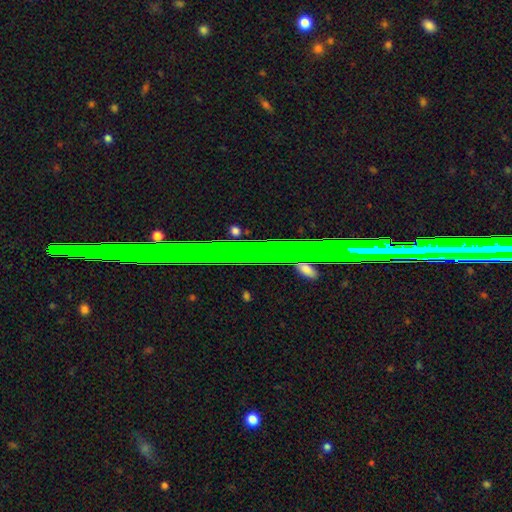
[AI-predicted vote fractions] smooth-or-featured: star or artifact: 60% | featured or disk: 25% | smooth: 15%